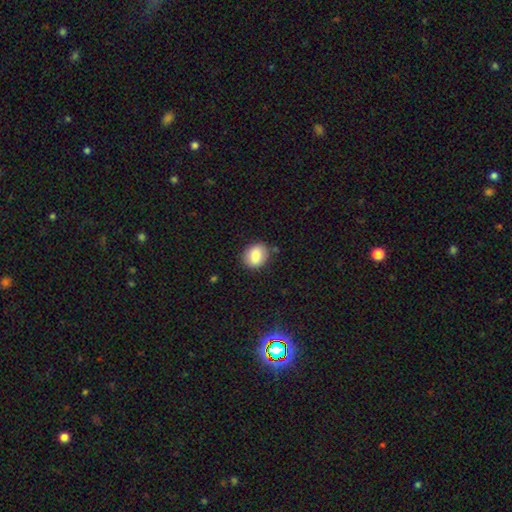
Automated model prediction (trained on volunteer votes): A smooth galaxy with no disk features (83%) that is round (60%). Merging: none (82%).